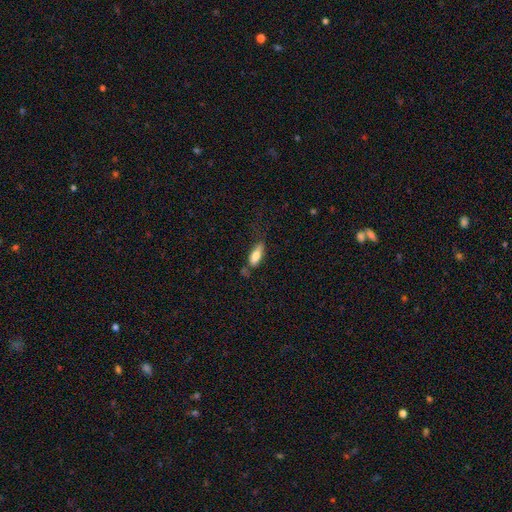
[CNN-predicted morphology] Overall: smooth (76%). How rounded: in between (69%). Merging: none (53%; minor disturbance 29%).